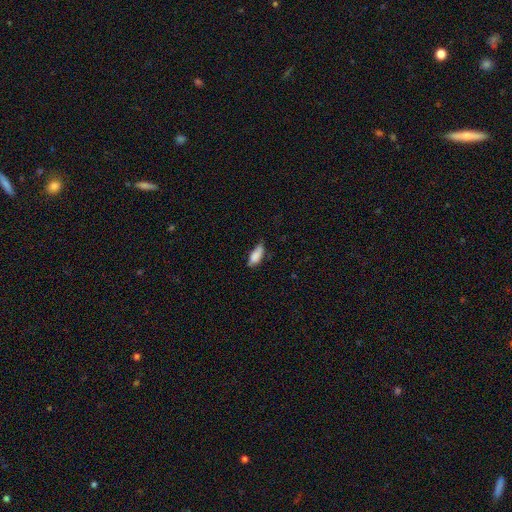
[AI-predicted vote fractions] Overall: smooth (83%). How rounded: in between (82%). Merging: none (46%; minor disturbance 40%).